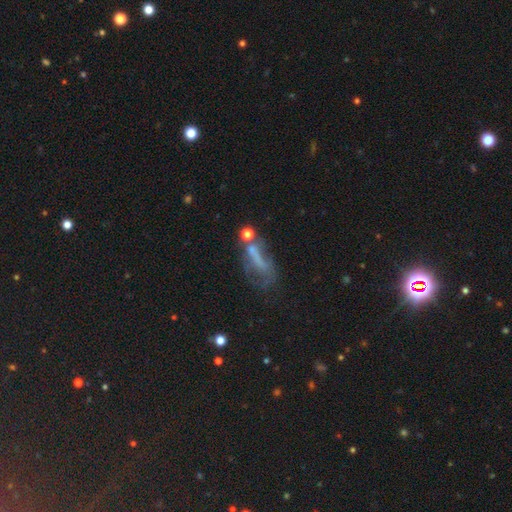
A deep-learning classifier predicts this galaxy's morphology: type=featured or disk (44%); merging=major disturbance (37%).